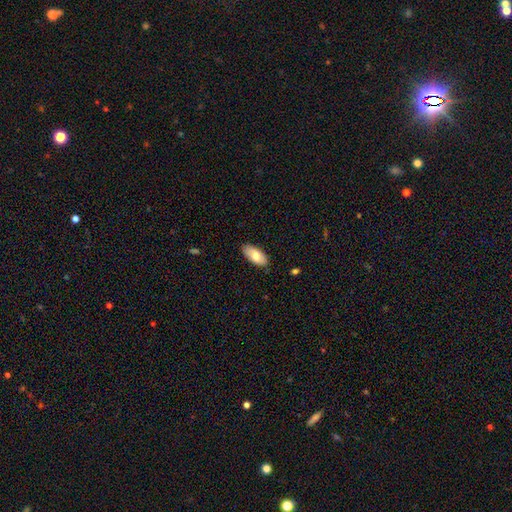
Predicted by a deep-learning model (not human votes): Overall: smooth (77%). How rounded: in between (90%). Merging: none (86%).